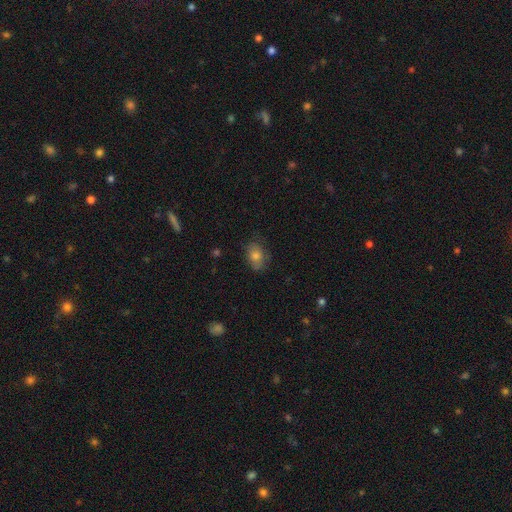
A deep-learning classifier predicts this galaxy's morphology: smooth_or_featured: smooth (p=0.75) [alt: featured or disk p=0.14]
how_rounded: in between (p=0.72) [alt: round p=0.27]
merging: none (p=0.74) [alt: minor disturbance p=0.19]